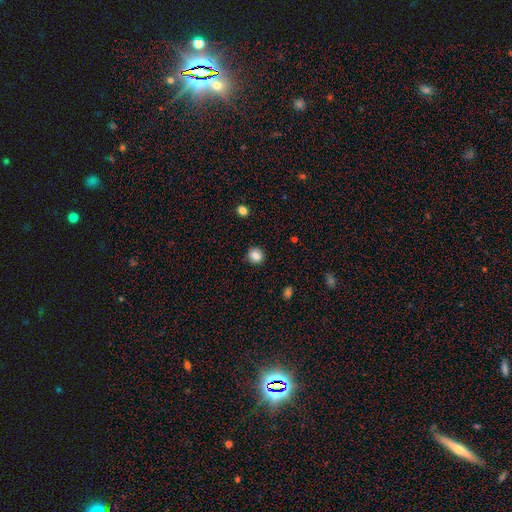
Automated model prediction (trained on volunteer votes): This is clearly a smooth galaxy (83%). How rounded: clearly round (81%). Merging: clearly none (86%).